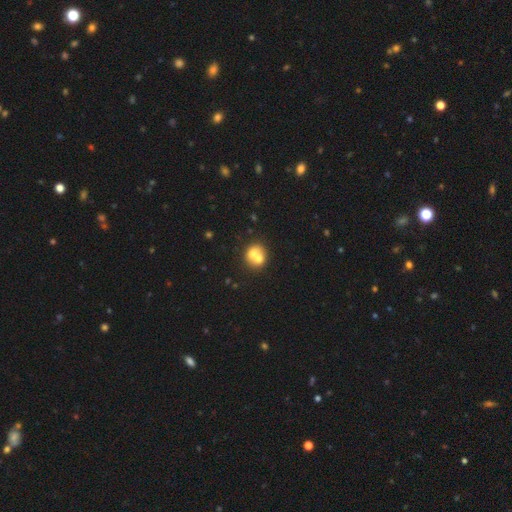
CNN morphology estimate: The model was most divided on "smooth or featured": smooth: 63%, featured or disk: 27%, star or artifact: 10%. More confident: how rounded — round (71%); merging — merger (63%).